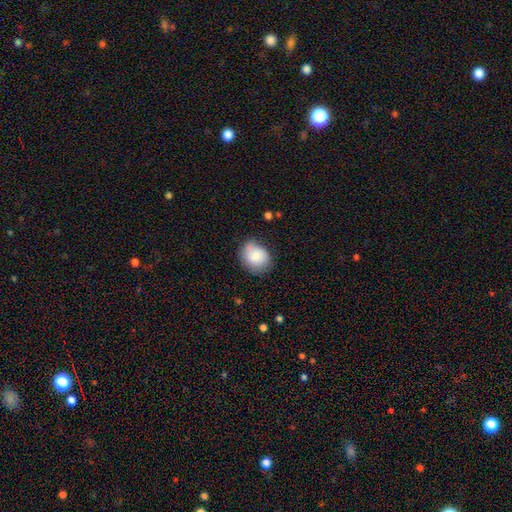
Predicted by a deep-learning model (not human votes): smooth_or_featured: smooth (p=0.78) [alt: featured or disk p=0.14]
how_rounded: round (p=0.51) [alt: in between p=0.48]
merging: none (p=0.60) [alt: minor disturbance p=0.28]